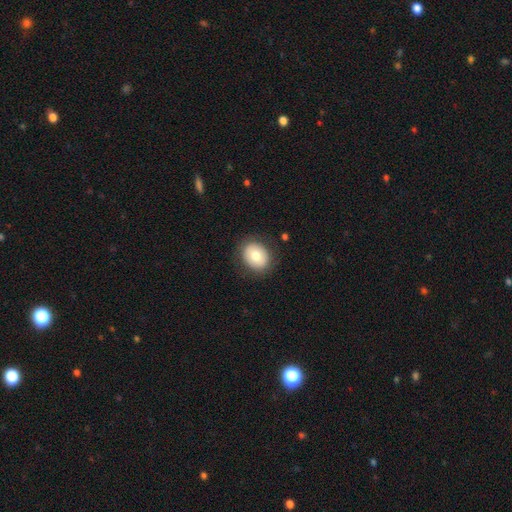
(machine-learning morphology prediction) smooth_or_featured: smooth (p=0.76) [alt: featured or disk p=0.16]
how_rounded: round (p=0.50) [alt: in between p=0.49]
merging: none (p=0.86) [alt: minor disturbance p=0.10]